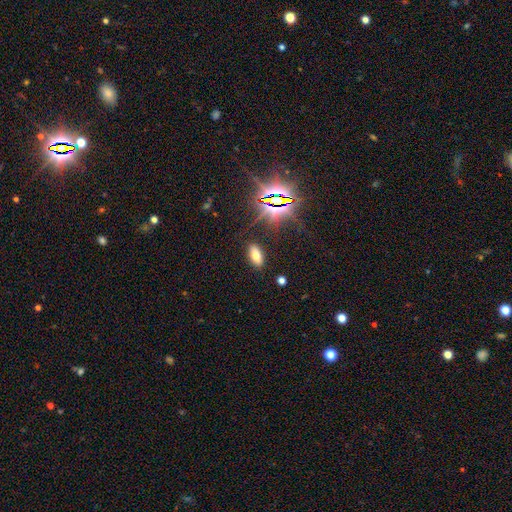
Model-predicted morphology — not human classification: Smooth or featured: smooth — 61% (star or artifact — 25%)
How rounded: in between — 88% (cigar-shaped — 8%)
Merging: none — 88% (minor disturbance — 8%)